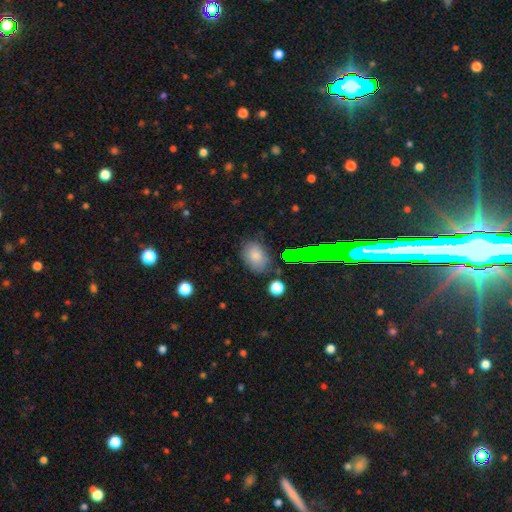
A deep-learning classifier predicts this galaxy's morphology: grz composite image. It shows a smooth galaxy with no disk features (79%) that is in between round and cigar-shaped (81%). Merging: none (74%).